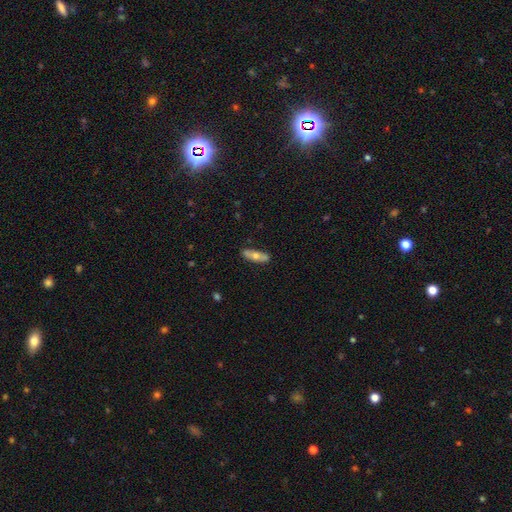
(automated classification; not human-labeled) This appears to be a smooth galaxy with no disk features (57%) that is in between round and cigar-shaped (50%). Merging: none (82%).